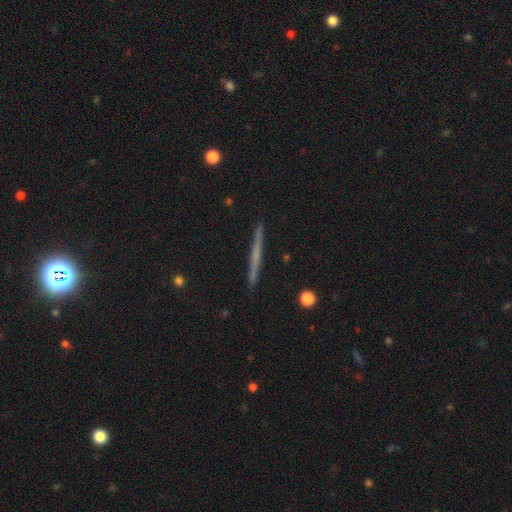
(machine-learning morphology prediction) Smooth or featured?
  - featured or disk: 53% *
  - smooth: 41%
  - star or artifact: 7%
Edge-on disk?
  - yes: 98% *
  - no: 2%
Edge-on bulge?
  - none: 84% *
  - rounded: 12%
  - boxy: 4%
Merging?
  - none: 92% *
  - minor disturbance: 5%
  - major disturbance: 1%
  - merger: 1%